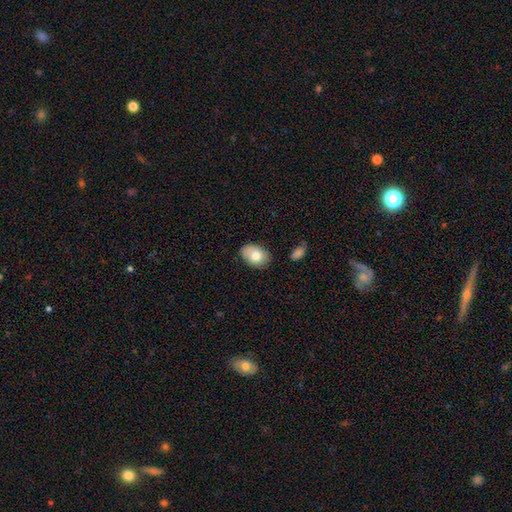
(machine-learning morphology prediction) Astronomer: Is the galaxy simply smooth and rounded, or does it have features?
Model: smooth — 78%.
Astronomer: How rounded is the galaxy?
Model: in between — 83%.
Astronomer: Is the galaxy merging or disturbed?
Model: none — 76%.